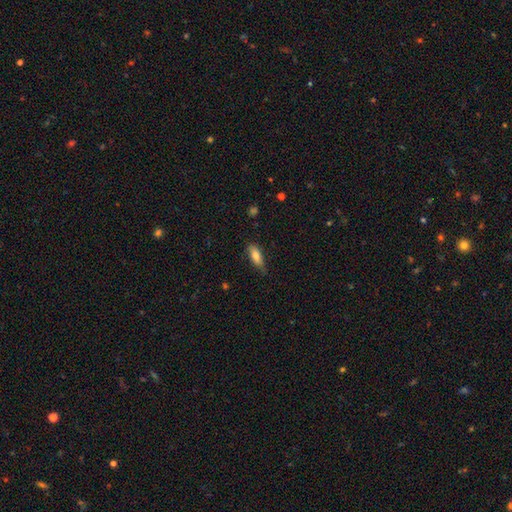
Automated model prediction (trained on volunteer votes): smooth 76%, featured or disk 17%, star or artifact 7%. Down the decision tree: how rounded — in between (68%); merging — none (67%).